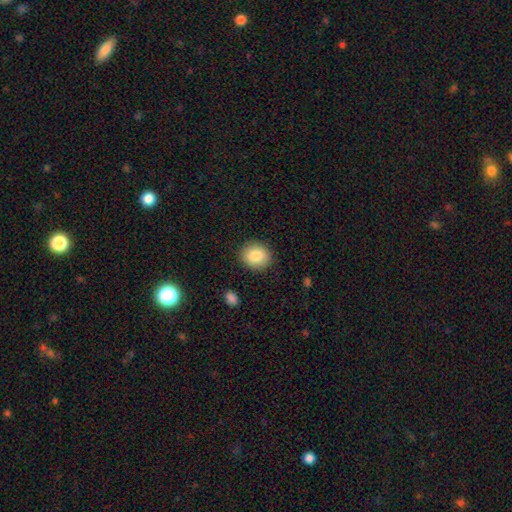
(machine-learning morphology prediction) Smooth or featured? Predicted: smooth (p=0.85). How rounded? Predicted: round (p=0.71). Merging? Predicted: none (p=0.89).